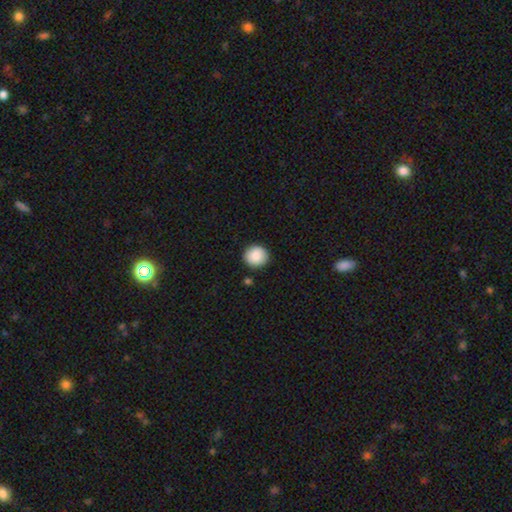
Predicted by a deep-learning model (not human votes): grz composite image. It shows a smooth galaxy with no disk features (88%) that is round (91%). Merging: none (89%).